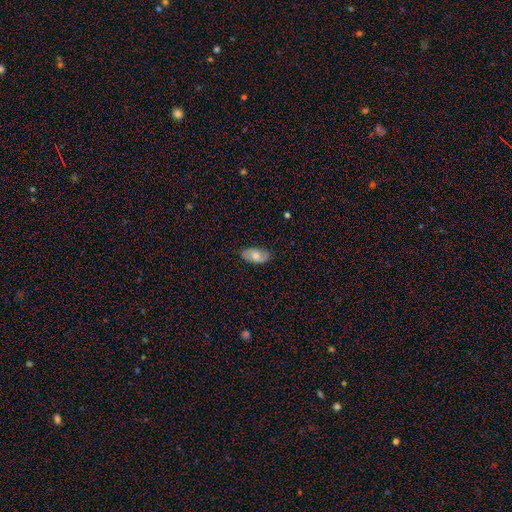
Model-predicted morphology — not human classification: featured or disk 55%, smooth 39%, star or artifact 7%. Down the decision tree: edge-on disk — no (93%); bar — no (67%); spiral arms — yes (81%); bulge size — moderate (68%); merging — none (83%).